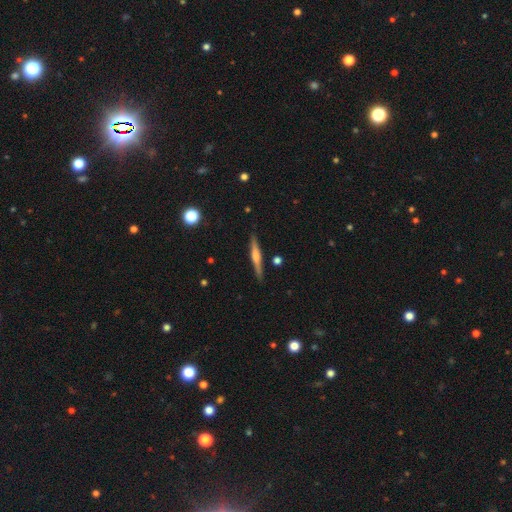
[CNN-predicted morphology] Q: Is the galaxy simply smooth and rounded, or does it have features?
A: featured or disk — 59%.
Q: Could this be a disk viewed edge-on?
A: yes — 97%.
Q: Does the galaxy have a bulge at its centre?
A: rounded — 64%.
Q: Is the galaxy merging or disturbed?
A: none — 88%.